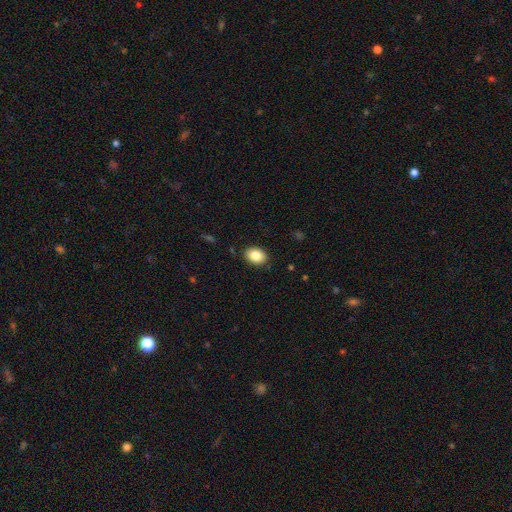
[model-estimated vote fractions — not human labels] Overall: smooth (86%). How rounded: in between (75%). Merging: none (88%).